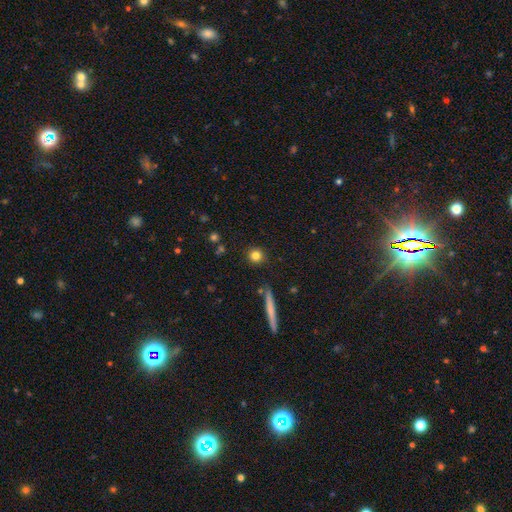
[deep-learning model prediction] smooth_or_featured: smooth (p=0.80) [alt: star or artifact p=0.11]
how_rounded: round (p=0.91) [alt: in between p=0.06]
merging: none (p=0.89) [alt: minor disturbance p=0.07]